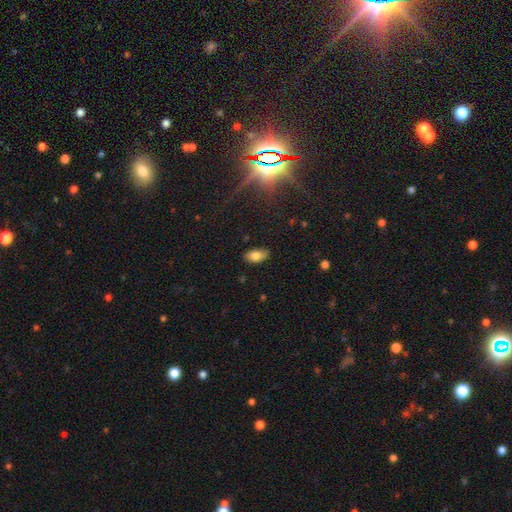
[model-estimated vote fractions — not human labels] Morphology: type=smooth (80%); roundness=in between (92%); merging=none (82%).